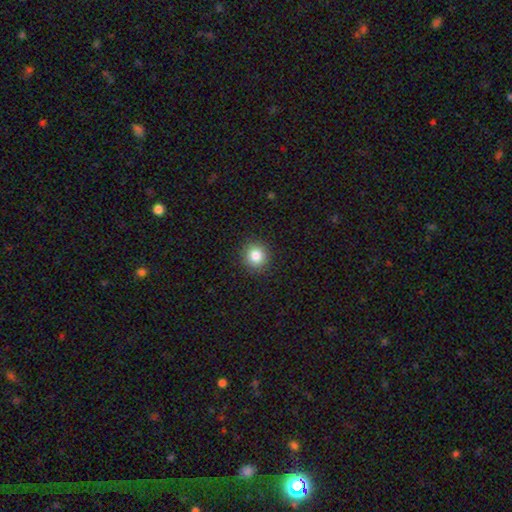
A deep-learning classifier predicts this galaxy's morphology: Q: Smooth or featured?
A: smooth (83%); runner-up: star or artifact (11%)
Q: How rounded?
A: round (90%); runner-up: in between (9%)
Q: Merging?
A: none (91%); runner-up: minor disturbance (6%)